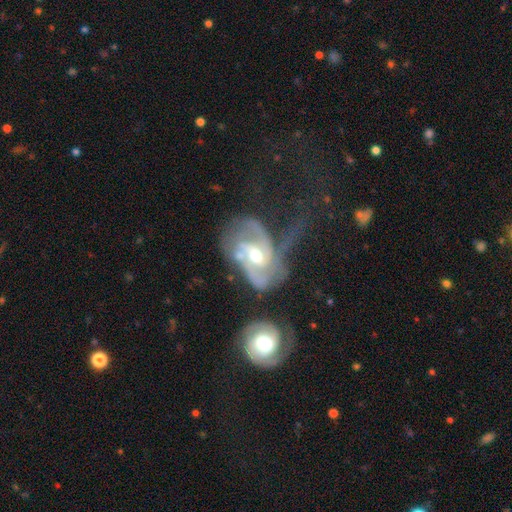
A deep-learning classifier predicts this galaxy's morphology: Overall: featured or disk (86%). Edge-on disk: no (97%). Bar: weak (44%; no 41%). Spiral arms: yes (92%). Spiral arm count: 2 (53%; can't tell 18%). Spiral winding: medium (46%; tight 32%). Bulge size: moderate (68%). Merging: major disturbance (34%; none 28%).